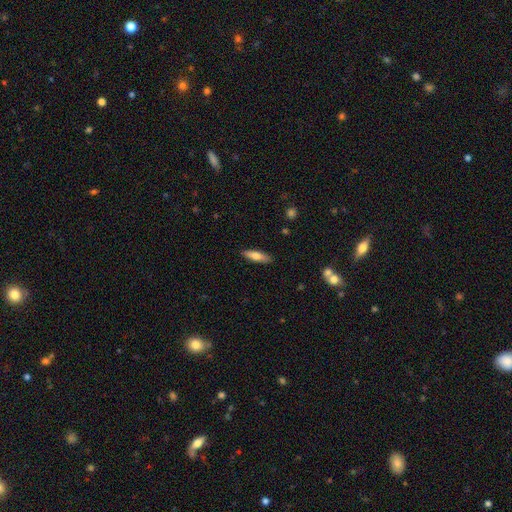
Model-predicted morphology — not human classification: Smooth or featured? smooth (68%)
How rounded? cigar-shaped (63%)
Merging? none (89%)